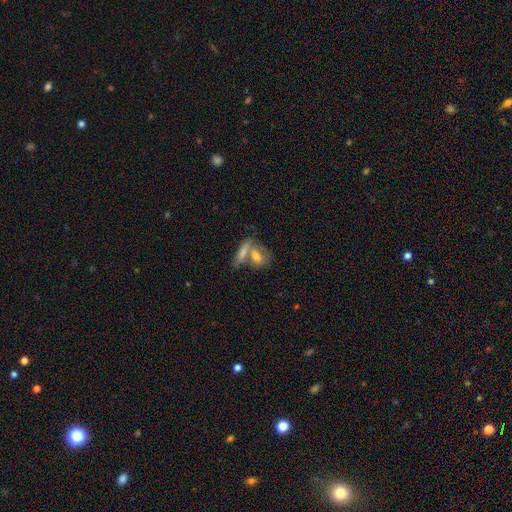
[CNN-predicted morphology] Smooth or featured? Predicted: smooth (p=0.61). How rounded? Predicted: in between (p=0.60). Merging? Predicted: merger (p=0.48).